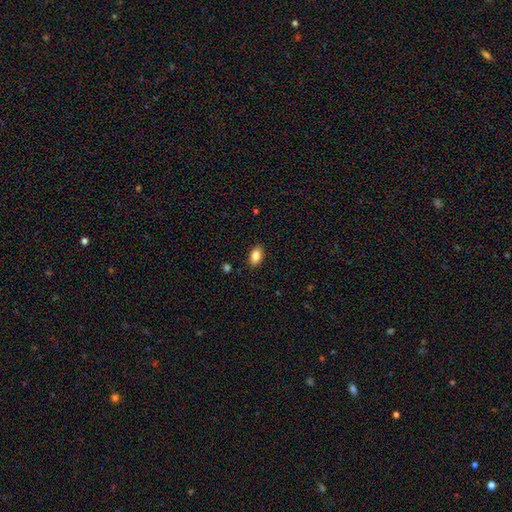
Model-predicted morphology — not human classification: The model was most divided on "smooth or featured": smooth: 84%, star or artifact: 8%, featured or disk: 7%. More confident: how rounded — in between (89%); merging — none (88%).